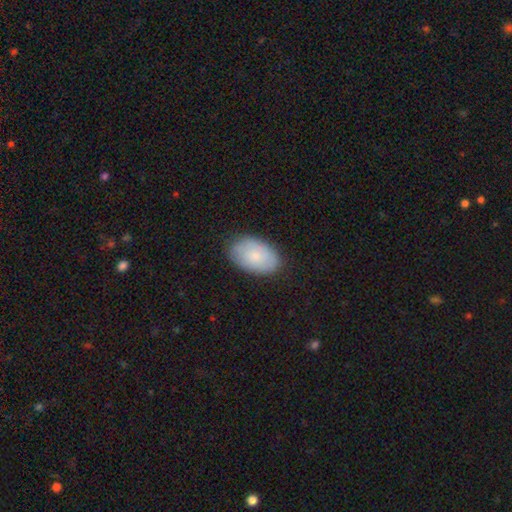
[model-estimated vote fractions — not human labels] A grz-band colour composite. It shows a smooth galaxy with no disk features (77%) that is in between round and cigar-shaped (92%). Merging: none (83%).